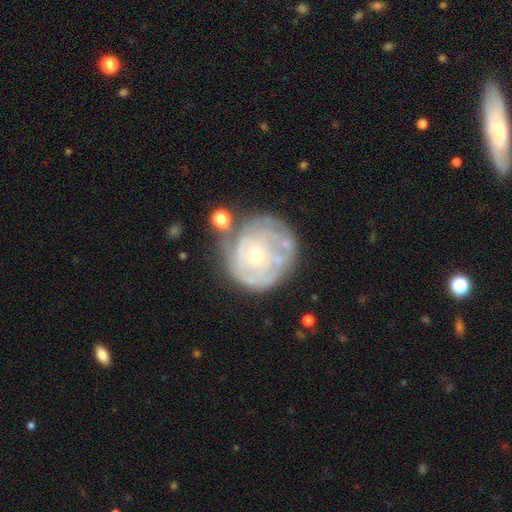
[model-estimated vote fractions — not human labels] A featured or disk galaxy (73%) with no bar (77%), tight (74%) spiral arms (75%) and a small central bulge (63%). Merging: none (55%).